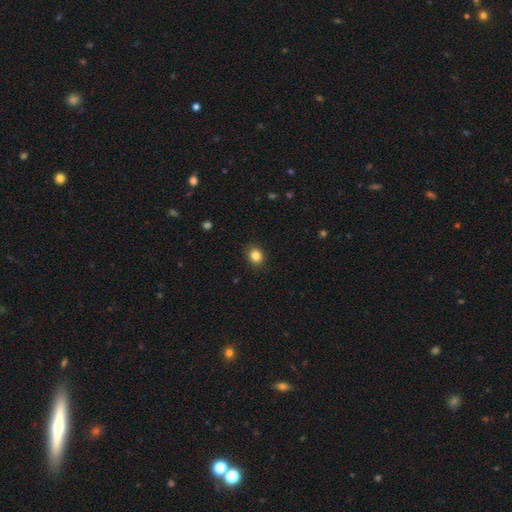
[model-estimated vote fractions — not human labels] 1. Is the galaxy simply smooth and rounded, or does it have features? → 85% smooth, 10% star or artifact, 5% featured or disk.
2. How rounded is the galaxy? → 65% round, 34% in between, 1% cigar-shaped.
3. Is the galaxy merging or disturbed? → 89% none, 8% minor disturbance, 2% major disturbance, 1% merger.